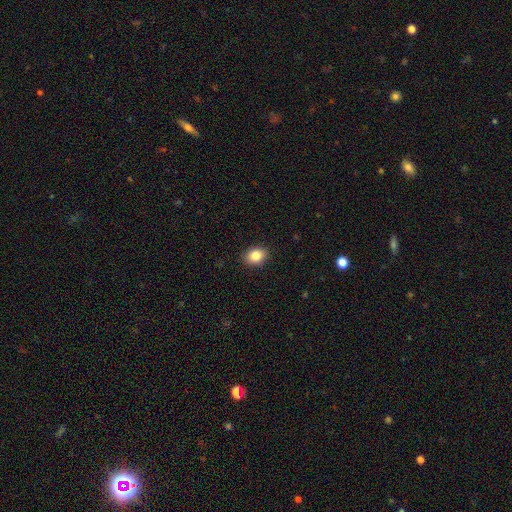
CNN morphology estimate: Smooth or featured?
  - smooth: 84% *
  - star or artifact: 9%
  - featured or disk: 7%
How rounded?
  - in between: 60% *
  - round: 39%
  - cigar-shaped: 1%
Merging?
  - none: 90% *
  - minor disturbance: 7%
  - major disturbance: 2%
  - merger: 1%